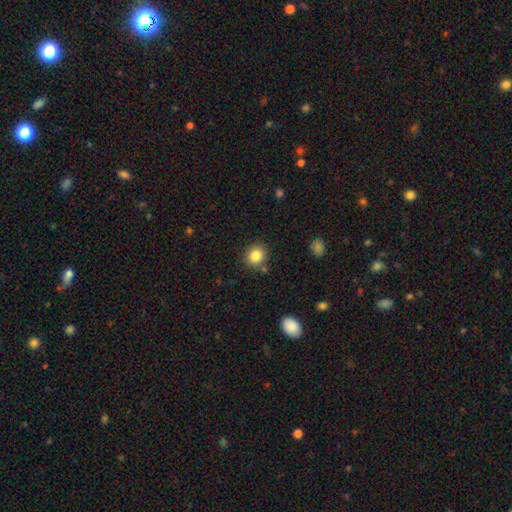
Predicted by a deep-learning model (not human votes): smooth 84%, star or artifact 10%, featured or disk 6%. Down the decision tree: how rounded — round (79%); merging — none (83%).